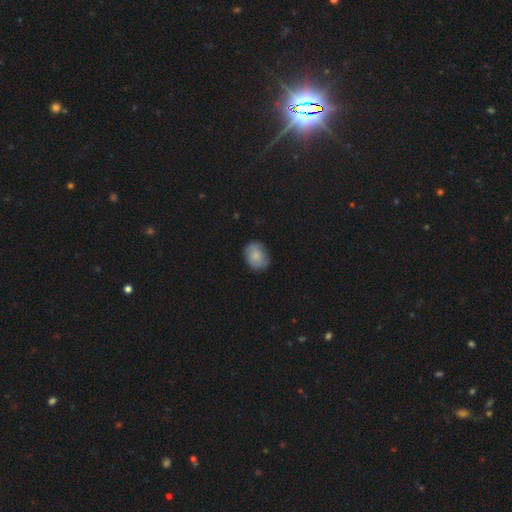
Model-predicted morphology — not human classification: The model was most divided on "how rounded": in between: 52%, round: 47%, cigar-shaped: 1%. More confident: smooth or featured — smooth (78%); merging — none (76%).